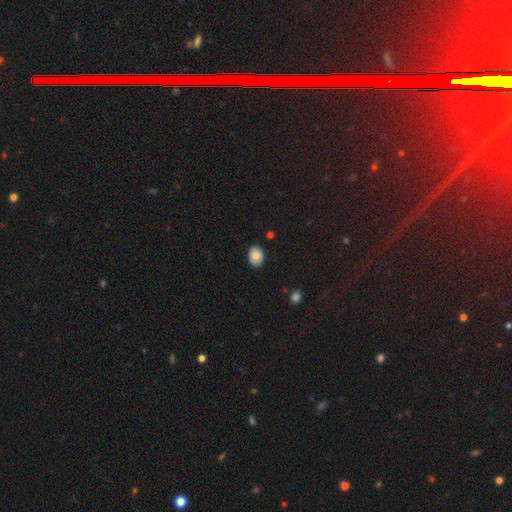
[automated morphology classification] smooth_or_featured: smooth (p=0.76) [alt: featured or disk p=0.16]
how_rounded: in between (p=0.61) [alt: round p=0.38]
merging: none (p=0.88) [alt: minor disturbance p=0.09]